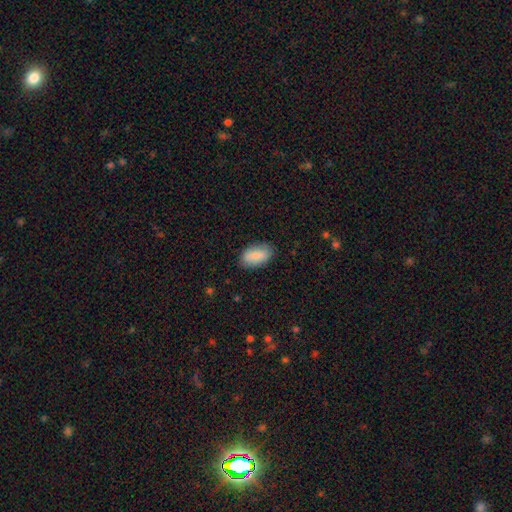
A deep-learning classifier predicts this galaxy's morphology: Q: Smooth or featured?
A: smooth (83%); runner-up: featured or disk (11%)
Q: How rounded?
A: in between (93%); runner-up: round (4%)
Q: Merging?
A: none (81%); runner-up: minor disturbance (15%)